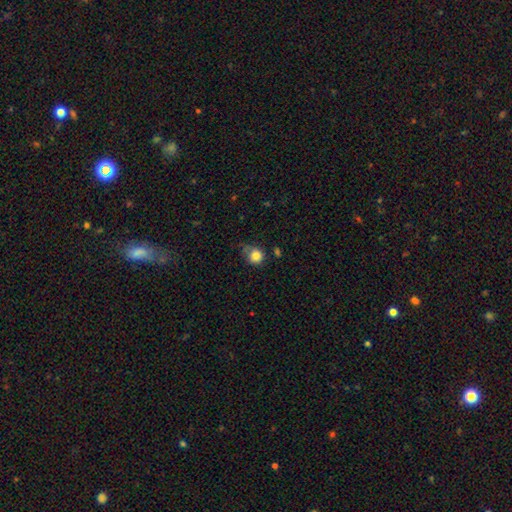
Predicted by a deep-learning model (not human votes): Smooth or featured?
  - smooth: 83% *
  - star or artifact: 9%
  - featured or disk: 7%
How rounded?
  - round: 84% *
  - in between: 15%
  - cigar-shaped: 1%
Merging?
  - none: 51% *
  - minor disturbance: 31%
  - major disturbance: 13%
  - merger: 5%